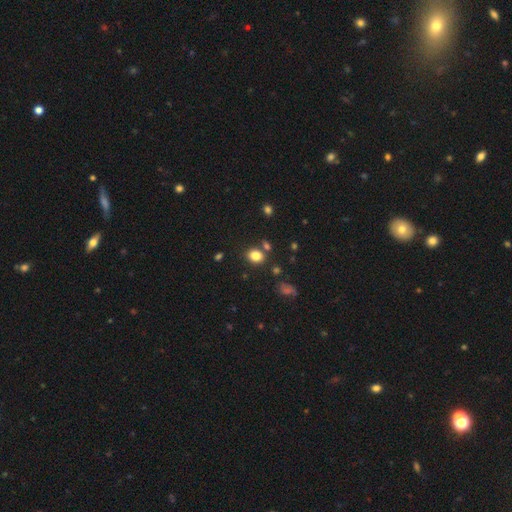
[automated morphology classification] Smooth or featured: smooth — 82% (star or artifact — 12%)
How rounded: round — 51% (in between — 48%)
Merging: none — 77% (minor disturbance — 11%)